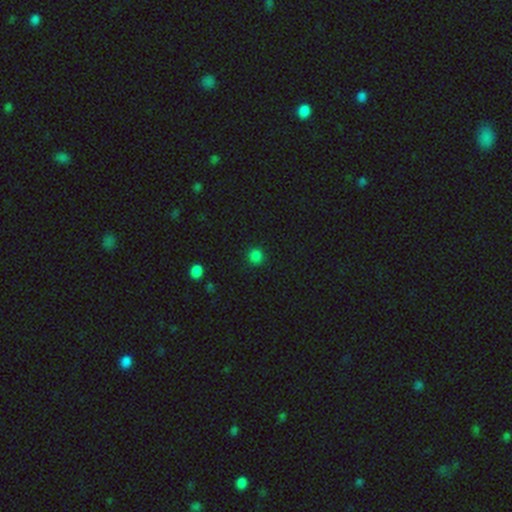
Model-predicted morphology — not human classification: A smooth galaxy with no disk features (82%) that is round (92%).

Vote fractions:
- Smooth or featured? smooth: 82% / star or artifact: 15% / featured or disk: 3%
- How rounded? round: 92% / in between: 7% / cigar-shaped: 1%
- Merging? none: 90% / minor disturbance: 7% / major disturbance: 2% / merger: 1%